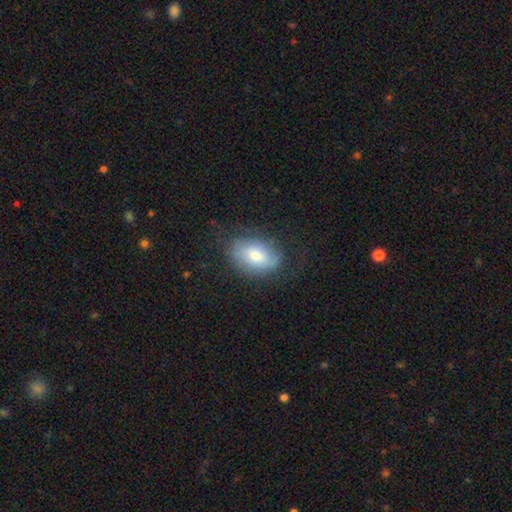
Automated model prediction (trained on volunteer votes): Smooth or featured? smooth (62%)
How rounded? in between (83%)
Merging? none (70%)